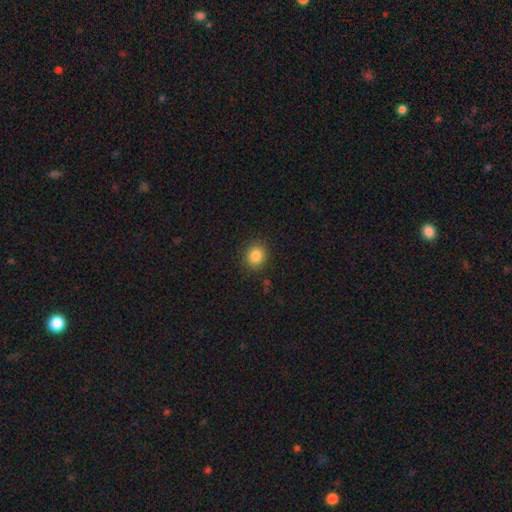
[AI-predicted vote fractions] Smooth or featured? smooth (85%)
How rounded? round (78%)
Merging? none (88%)